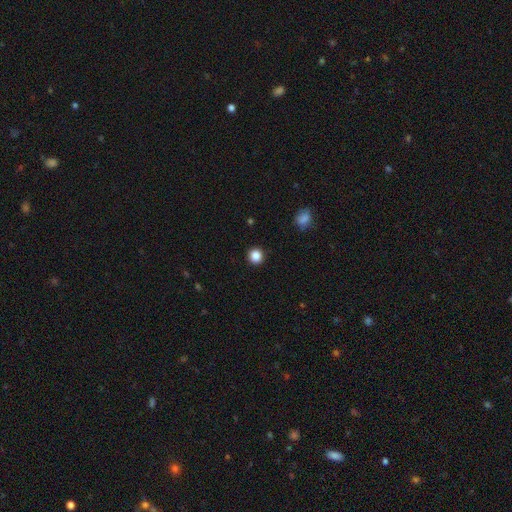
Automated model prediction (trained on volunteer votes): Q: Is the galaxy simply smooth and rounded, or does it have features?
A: smooth — 86%.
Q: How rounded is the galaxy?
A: round — 93%.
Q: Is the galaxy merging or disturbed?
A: none — 93%.